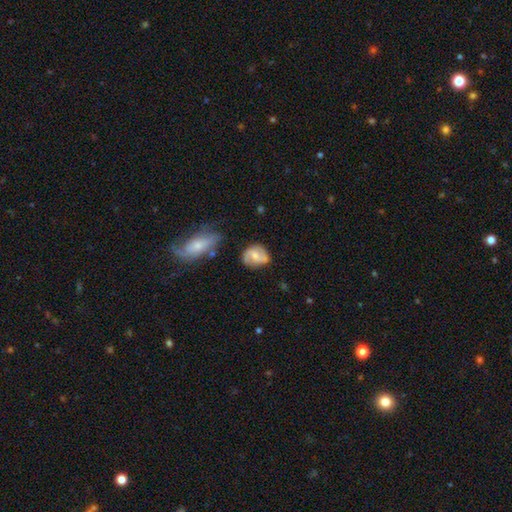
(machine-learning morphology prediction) This appears to be a featured or disk galaxy (58%) with a weak bar (45%), spiral arms (88%) and a moderate central bulge (45%). Merging: none (69%).